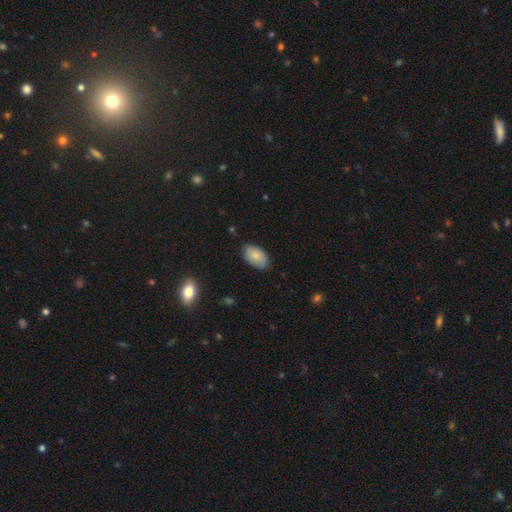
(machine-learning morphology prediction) The model was most divided on "merging": none: 76%, minor disturbance: 20%, major disturbance: 3%, merger: 1%. More confident: how rounded — in between (93%); smooth or featured — smooth (82%).